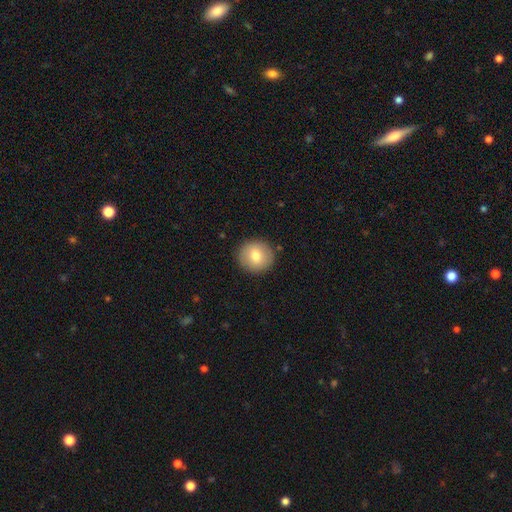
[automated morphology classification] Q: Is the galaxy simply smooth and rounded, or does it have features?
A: smooth — 76%.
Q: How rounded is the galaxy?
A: round — 93%.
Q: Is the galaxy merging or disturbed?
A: none — 90%.